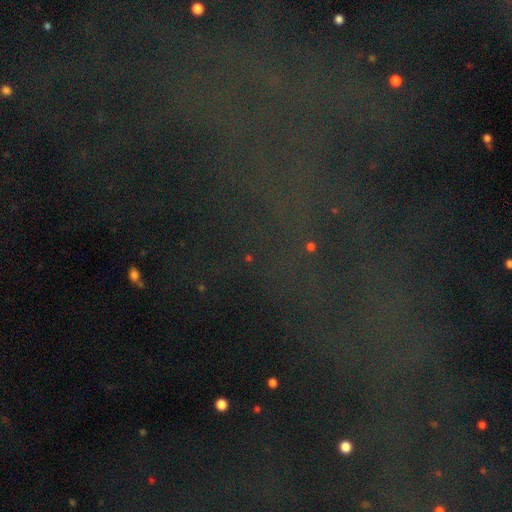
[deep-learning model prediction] smooth-or-featured: star or artifact: 75% | smooth: 13% | featured or disk: 12%